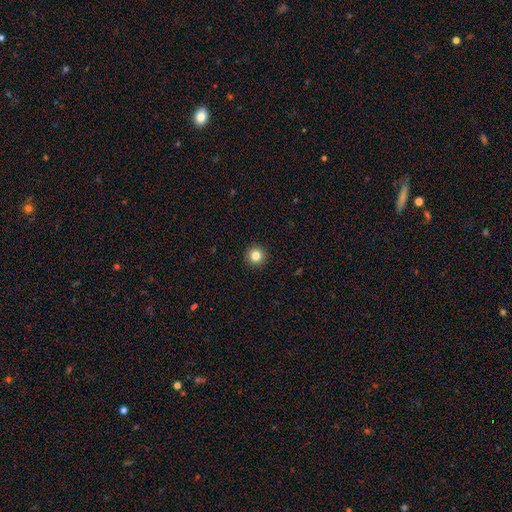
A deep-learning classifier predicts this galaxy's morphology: smooth-or-featured: smooth: 83% | star or artifact: 12% | featured or disk: 6%
  how-rounded: round: 96% | in between: 3% | cigar-shaped: 1%
  merging: none: 93% | minor disturbance: 4% | major disturbance: 2% | merger: 1%